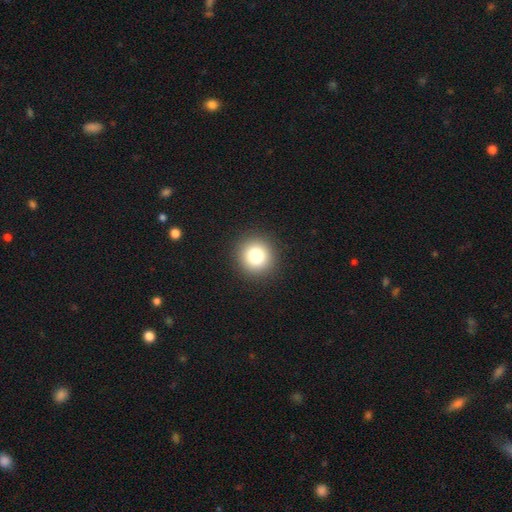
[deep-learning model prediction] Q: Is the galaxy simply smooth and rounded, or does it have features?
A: smooth — 81%.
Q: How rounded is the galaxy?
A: round — 93%.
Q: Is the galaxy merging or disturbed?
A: none — 93%.